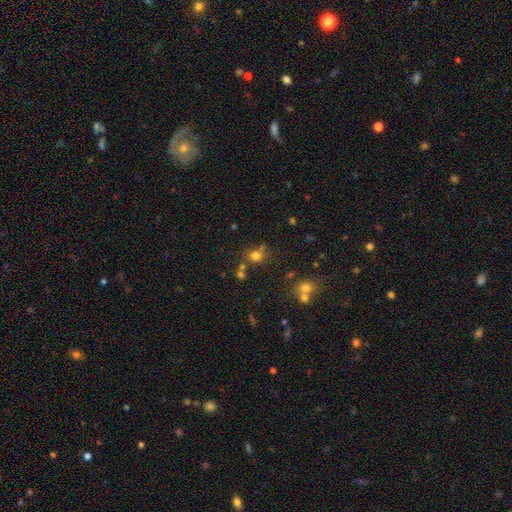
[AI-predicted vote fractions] smooth_or_featured: smooth (p=0.72) [alt: star or artifact p=0.20]
how_rounded: round (p=0.71) [alt: in between p=0.28]
merging: none (p=0.64) [alt: merger p=0.19]